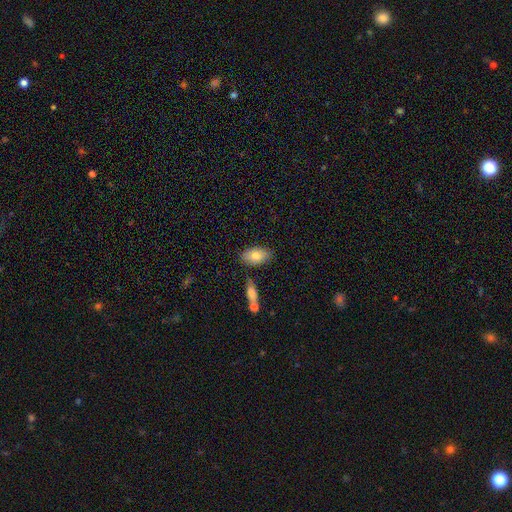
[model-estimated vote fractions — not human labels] The model was most divided on "smooth or featured": smooth: 78%, featured or disk: 15%, star or artifact: 6%. More confident: how rounded — in between (92%); merging — none (78%).